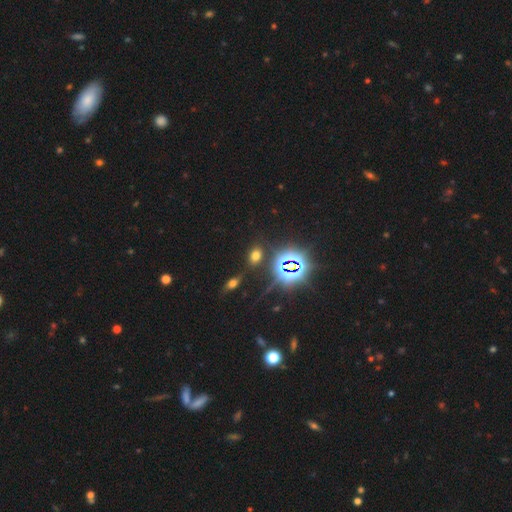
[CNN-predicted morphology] Overall: smooth (54%; star or artifact 38%). How rounded: in between (71%). Merging: none (82%).